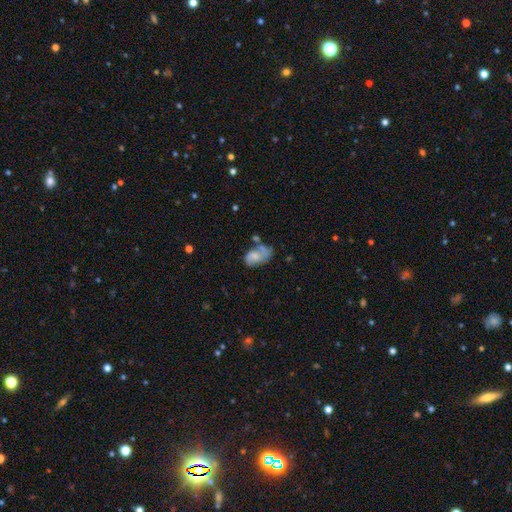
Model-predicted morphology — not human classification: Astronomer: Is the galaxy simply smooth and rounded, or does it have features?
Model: featured or disk — 47% (runner-up: smooth, 45%).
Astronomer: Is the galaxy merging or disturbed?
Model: none — 35% (runner-up: minor disturbance, 27%).